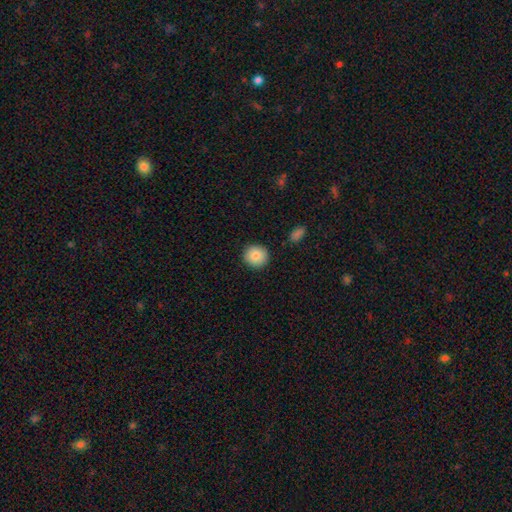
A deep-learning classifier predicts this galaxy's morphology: This appears to be a smooth galaxy with no disk features (85%) that is round (92%). Merging: none (91%).